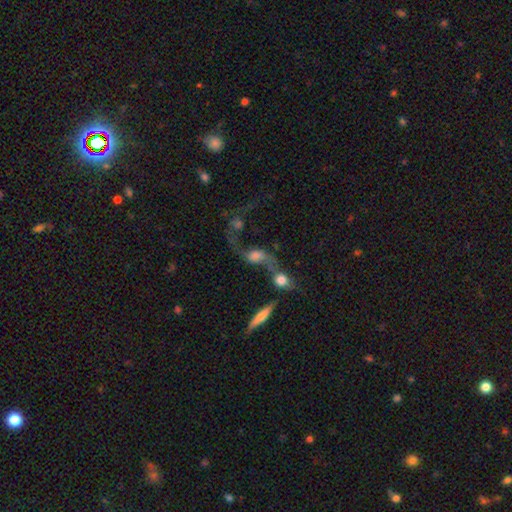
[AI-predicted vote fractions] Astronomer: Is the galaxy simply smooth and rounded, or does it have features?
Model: featured or disk — 61%.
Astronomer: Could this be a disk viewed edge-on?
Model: no — 85%.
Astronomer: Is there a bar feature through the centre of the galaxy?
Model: no — 58%.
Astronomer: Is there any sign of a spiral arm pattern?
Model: yes — 78%.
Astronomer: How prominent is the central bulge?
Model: moderate — 31% (runner-up: large, 27%).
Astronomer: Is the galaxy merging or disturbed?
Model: merger — 49%.